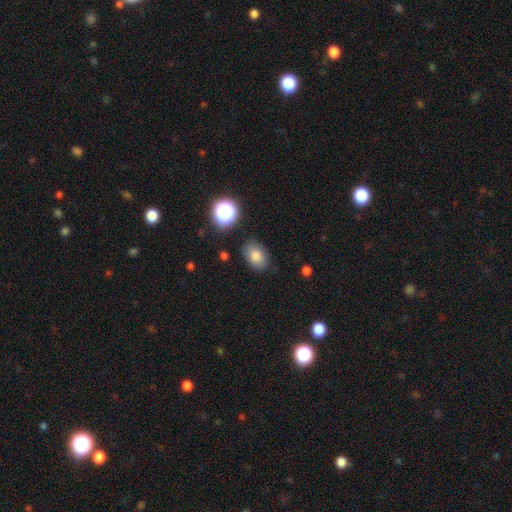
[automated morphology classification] Q: Smooth or featured?
A: smooth (79%); runner-up: star or artifact (11%)
Q: How rounded?
A: in between (80%); runner-up: round (19%)
Q: Merging?
A: none (78%); runner-up: minor disturbance (16%)